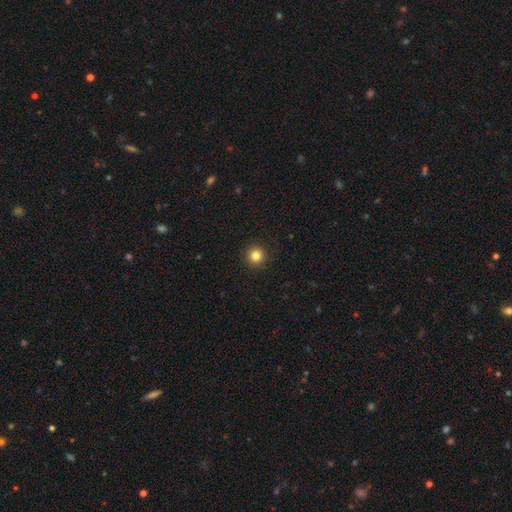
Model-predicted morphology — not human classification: Smooth or featured: smooth — 83% (star or artifact — 12%)
How rounded: round — 95% (in between — 4%)
Merging: none — 92% (minor disturbance — 5%)